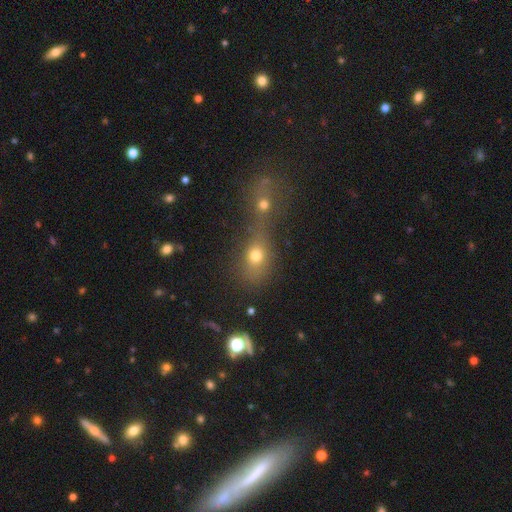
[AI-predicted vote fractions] Smooth or featured?
  - smooth: 68% *
  - star or artifact: 19%
  - featured or disk: 12%
How rounded?
  - in between: 49% *
  - round: 48%
  - cigar-shaped: 4%
Merging?
  - merger: 54% *
  - none: 31%
  - minor disturbance: 8%
  - major disturbance: 7%